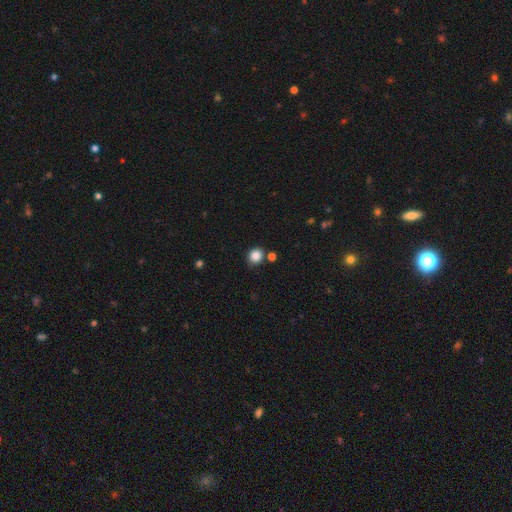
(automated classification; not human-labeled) A smooth galaxy with no disk features (86%) that is round (86%).

Vote fractions:
- Smooth or featured? smooth: 86% / star or artifact: 11% / featured or disk: 4%
- How rounded? round: 86% / in between: 13% / cigar-shaped: 1%
- Merging? none: 79% / minor disturbance: 11% / merger: 7% / major disturbance: 3%